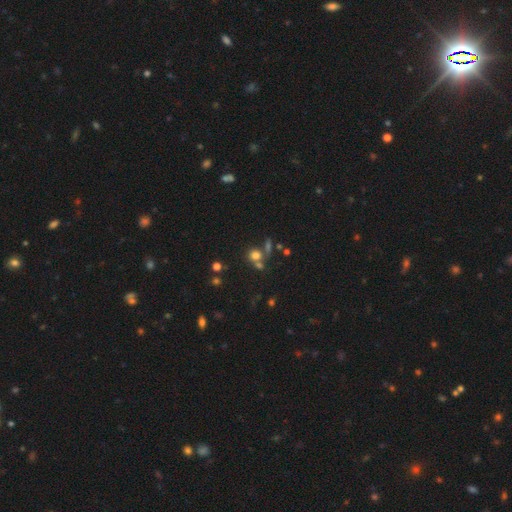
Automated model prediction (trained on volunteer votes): Q: Smooth or featured?
A: smooth (70%); runner-up: star or artifact (19%)
Q: How rounded?
A: round (81%); runner-up: in between (18%)
Q: Merging?
A: none (53%); runner-up: merger (30%)